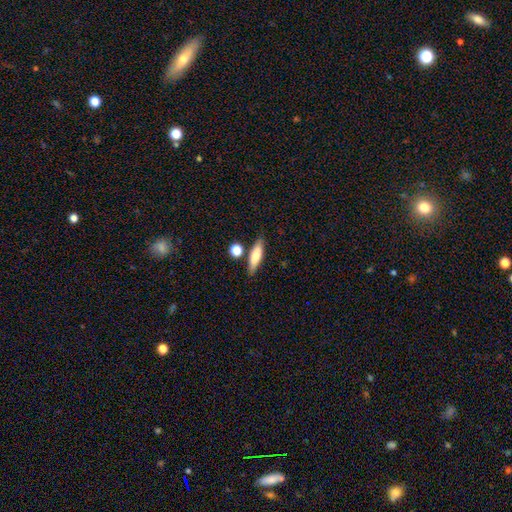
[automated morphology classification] A smooth galaxy with no disk features (72%) that is cigar-shaped (56%). Merging: none (75%).